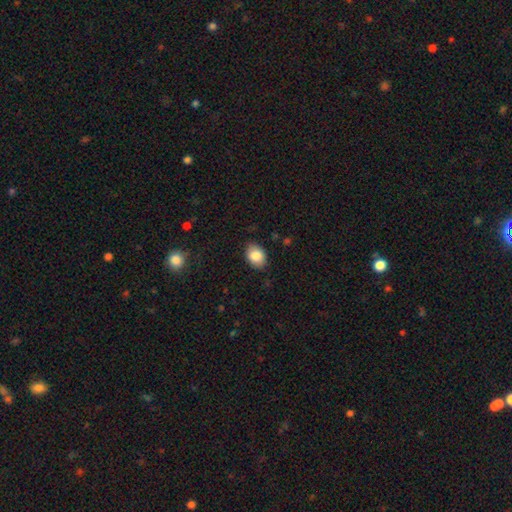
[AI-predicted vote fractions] Smooth or featured: smooth — 85% (star or artifact — 8%)
How rounded: in between — 71% (round — 28%)
Merging: none — 82% (minor disturbance — 14%)